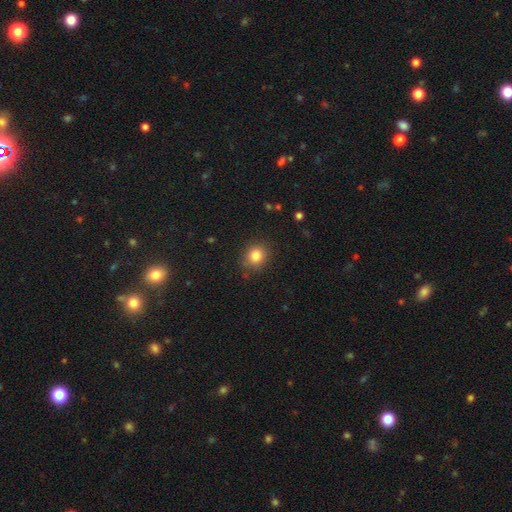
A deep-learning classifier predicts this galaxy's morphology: Smooth or featured? Predicted: smooth (p=0.84). How rounded? Predicted: round (p=0.78). Merging? Predicted: none (p=0.84).